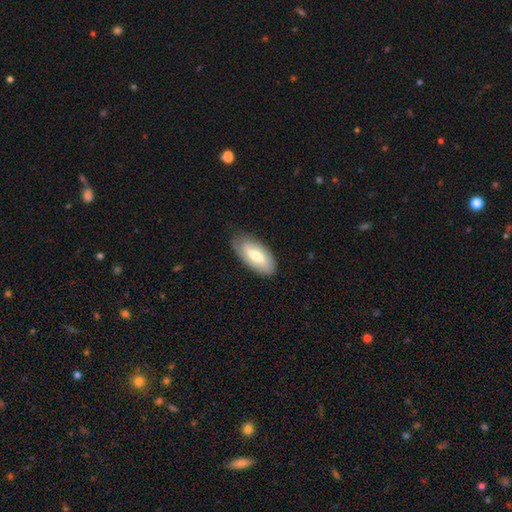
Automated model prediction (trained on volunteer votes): smooth-or-featured: smooth: 53% | featured or disk: 42% | star or artifact: 6%
  how-rounded: in between: 89% | cigar-shaped: 9% | round: 2%
  merging: none: 76% | minor disturbance: 19% | major disturbance: 4% | merger: 1%